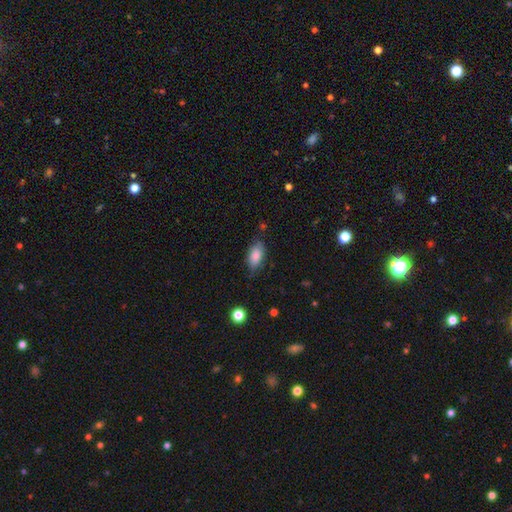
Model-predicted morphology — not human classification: Smooth or featured? smooth (84%)
How rounded? in between (90%)
Merging? none (73%)